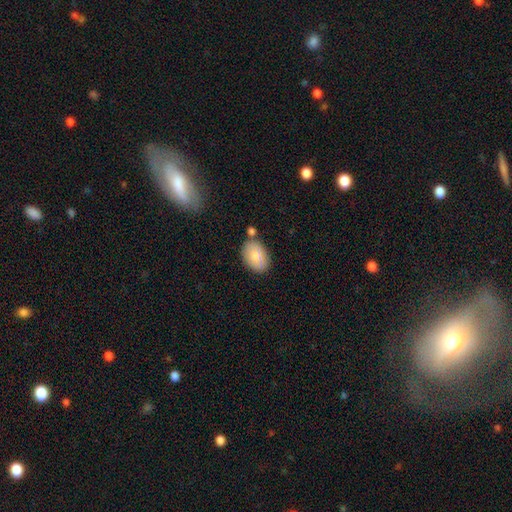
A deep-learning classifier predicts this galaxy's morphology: smooth_or_featured: smooth (p=0.83) [alt: featured or disk p=0.10]
how_rounded: in between (p=0.88) [alt: round p=0.11]
merging: none (p=0.69) [alt: minor disturbance p=0.17]